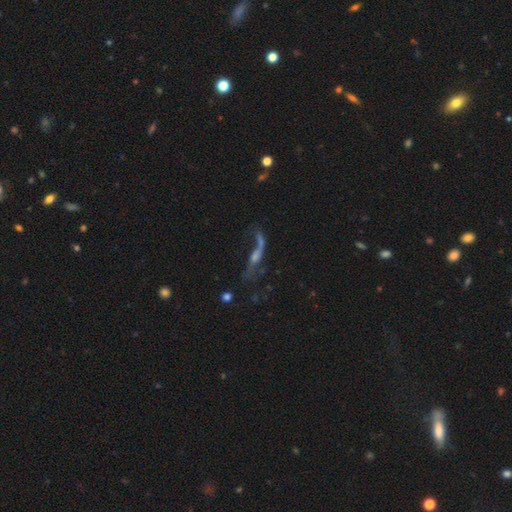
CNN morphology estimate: type=featured or disk (62%); edge-on=no (61%); merging=major disturbance (36%).